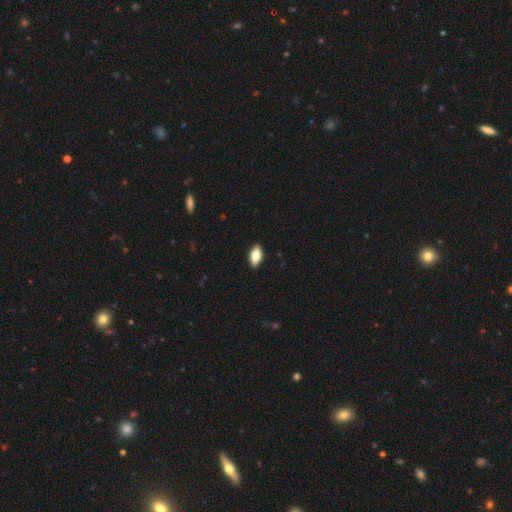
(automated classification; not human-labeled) This appears to be a smooth galaxy with no disk features (75%) that is in between round and cigar-shaped (86%). Merging: none (89%).